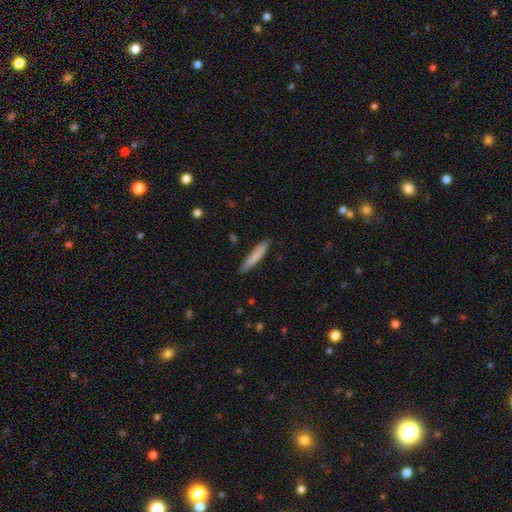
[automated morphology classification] smooth-or-featured: smooth: 79% | featured or disk: 15% | star or artifact: 6%
  how-rounded: cigar-shaped: 91% | in between: 8% | round: 1%
  merging: none: 88% | minor disturbance: 10% | major disturbance: 2% | merger: 1%